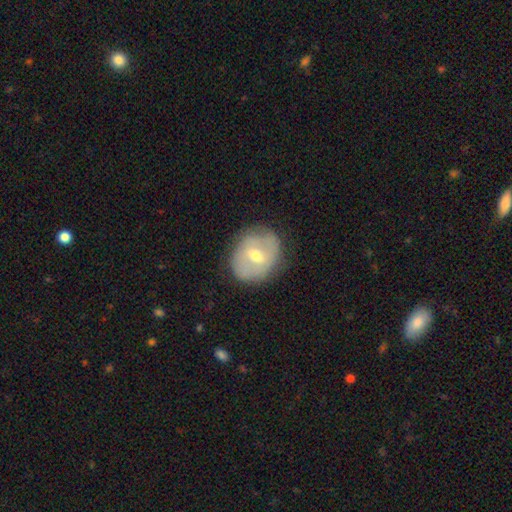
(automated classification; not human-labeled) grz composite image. It shows a featured or disk galaxy (47%). Merging: none (76%).